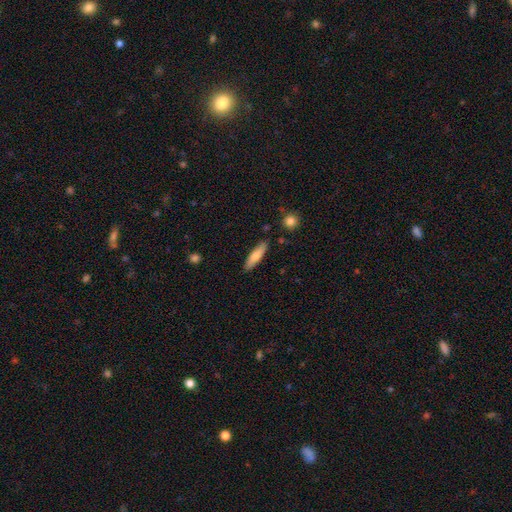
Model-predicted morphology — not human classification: Smooth or featured? smooth (73%)
How rounded? cigar-shaped (73%)
Merging? none (86%)